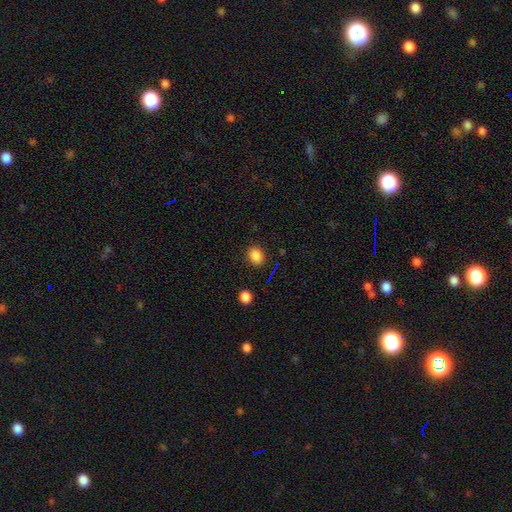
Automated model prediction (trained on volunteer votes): A smooth galaxy with no disk features (84%) that is in between round and cigar-shaped (58%).

Vote fractions:
- Smooth or featured? smooth: 84% / star or artifact: 12% / featured or disk: 4%
- How rounded? in between: 58% / round: 41% / cigar-shaped: 1%
- Merging? none: 85% / minor disturbance: 10% / major disturbance: 3% / merger: 2%